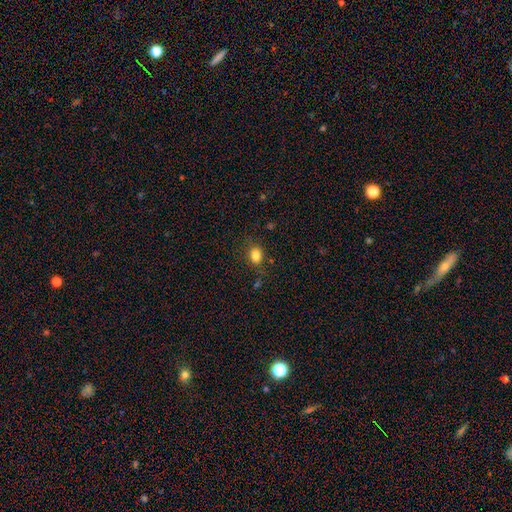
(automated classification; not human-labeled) smooth-or-featured: smooth: 82% | star or artifact: 12% | featured or disk: 6%
  how-rounded: round: 52% | in between: 47% | cigar-shaped: 1%
  merging: none: 78% | minor disturbance: 15% | major disturbance: 5% | merger: 3%